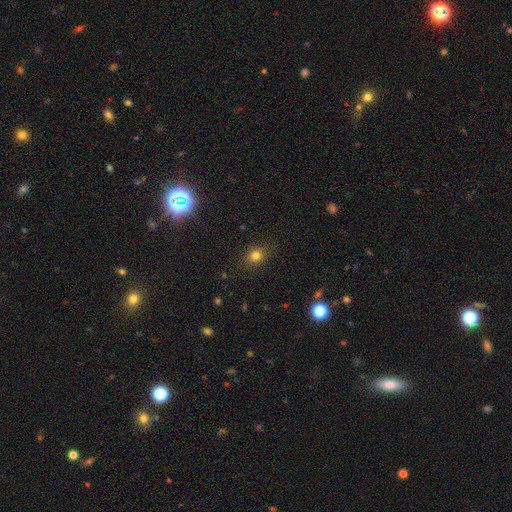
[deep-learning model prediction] Smooth or featured: smooth — 76% (star or artifact — 16%)
How rounded: round — 62% (in between — 37%)
Merging: none — 84% (minor disturbance — 11%)